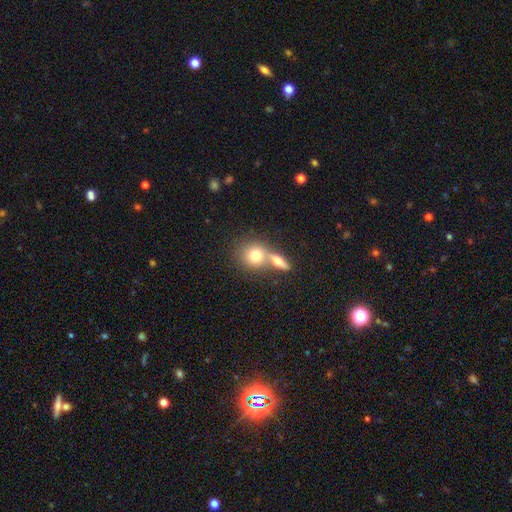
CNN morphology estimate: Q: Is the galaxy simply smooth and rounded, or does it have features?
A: smooth — 75%.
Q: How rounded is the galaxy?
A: round — 73%.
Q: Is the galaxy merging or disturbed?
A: merger — 53%.